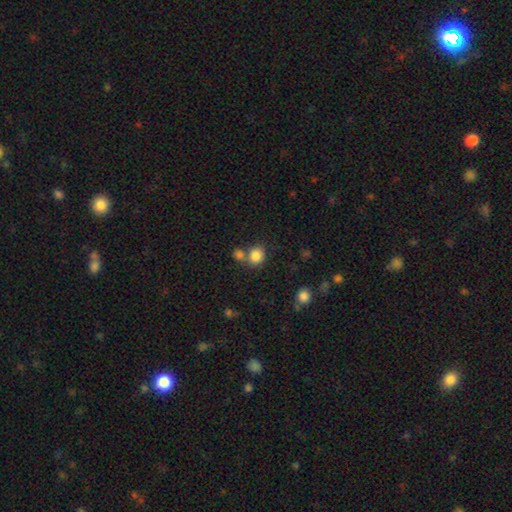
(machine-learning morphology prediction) Smooth or featured?
  - smooth: 84% *
  - star or artifact: 10%
  - featured or disk: 6%
How rounded?
  - round: 76% *
  - in between: 23%
  - cigar-shaped: 1%
Merging?
  - none: 58% *
  - merger: 29%
  - minor disturbance: 10%
  - major disturbance: 4%